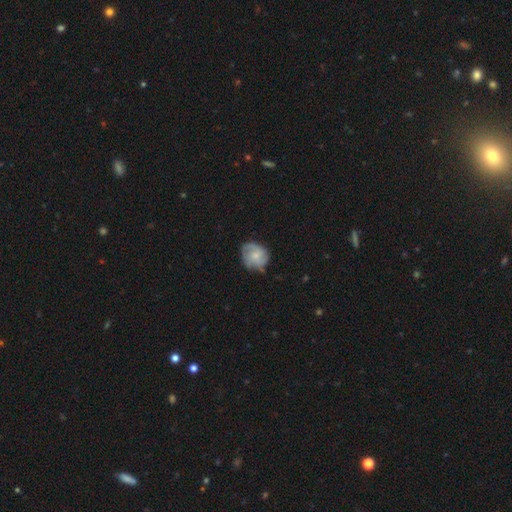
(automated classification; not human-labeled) A featured or disk galaxy (52%) with no bar (77%), spiral arms (81%) and a small central bulge (58%).

Vote fractions:
- Smooth or featured? featured or disk: 52% / smooth: 41% / star or artifact: 7%
- Edge-on disk? no: 97% / yes: 3%
- Bar? no: 77% / weak: 20% / strong: 3%
- Spiral arms? yes: 81% / no: 19%
- Bulge size? small: 58% / moderate: 33% / none: 6% / large: 2% / dominant: 1%
- Merging? none: 63% / minor disturbance: 27% / major disturbance: 9% / merger: 2%